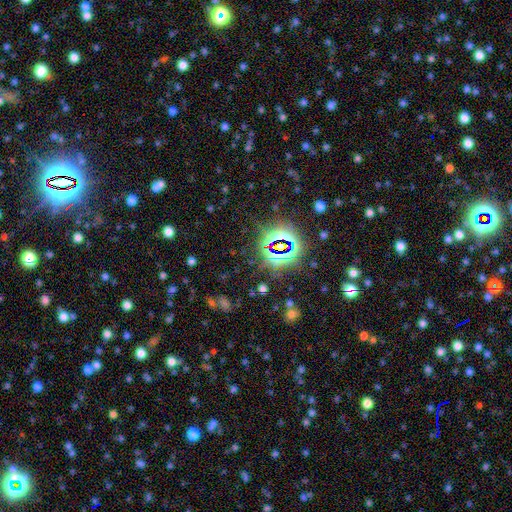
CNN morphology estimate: Smooth or featured? Predicted: star or artifact (p=0.76).